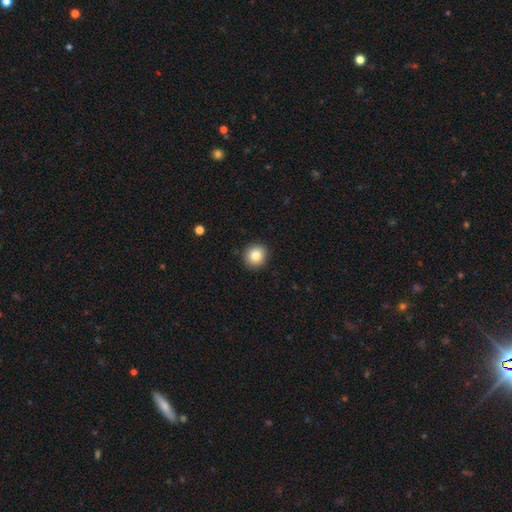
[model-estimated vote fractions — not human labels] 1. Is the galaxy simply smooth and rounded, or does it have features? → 82% smooth, 10% star or artifact, 8% featured or disk.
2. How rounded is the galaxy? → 91% round, 8% in between, 1% cigar-shaped.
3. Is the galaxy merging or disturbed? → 92% none, 6% minor disturbance, 2% major disturbance, 1% merger.